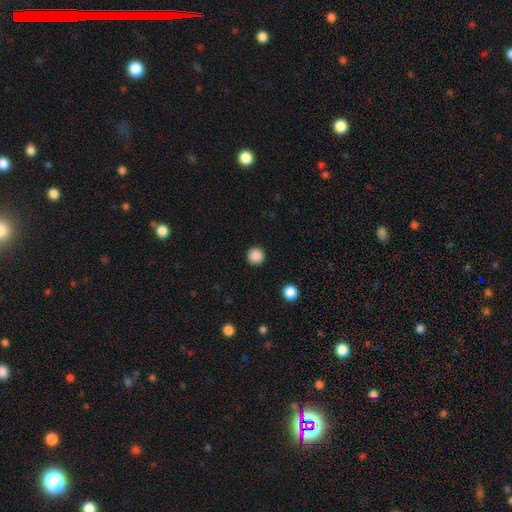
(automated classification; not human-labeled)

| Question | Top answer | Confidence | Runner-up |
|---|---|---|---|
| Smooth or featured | smooth | 87% | star or artifact (10%) |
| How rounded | round | 96% | in between (3%) |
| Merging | none | 92% | minor disturbance (5%) |